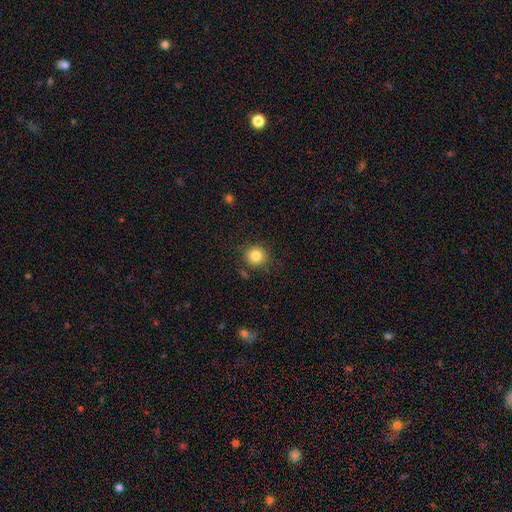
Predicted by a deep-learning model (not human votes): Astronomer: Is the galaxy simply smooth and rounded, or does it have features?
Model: smooth — 83%.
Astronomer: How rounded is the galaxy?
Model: round — 88%.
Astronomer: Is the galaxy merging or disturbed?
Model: none — 85%.